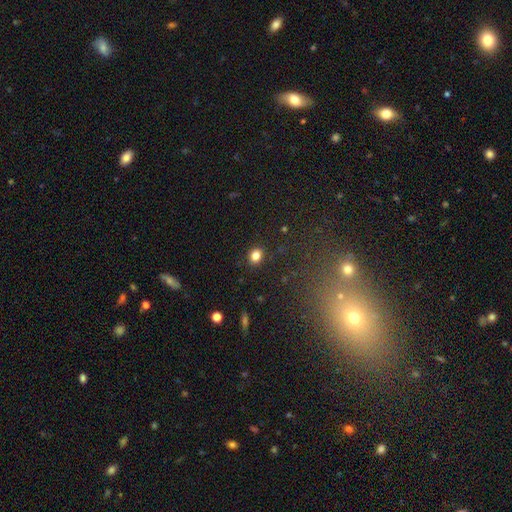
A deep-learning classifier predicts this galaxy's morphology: Smooth or featured? Predicted: smooth (p=0.83). How rounded? Predicted: round (p=0.50). Merging? Predicted: none (p=0.88).